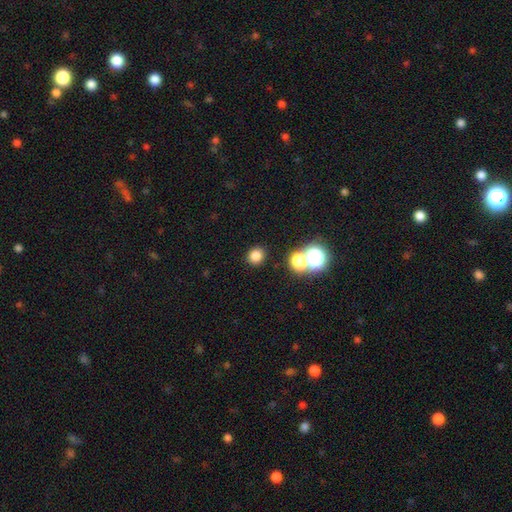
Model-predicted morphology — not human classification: This is likely a smooth galaxy (78%). How rounded: clearly round (83%). Merging: clearly none (85%).